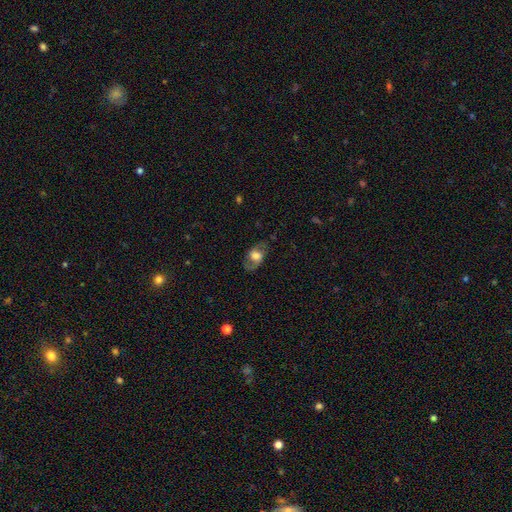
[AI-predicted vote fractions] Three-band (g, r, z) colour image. It shows a featured or disk galaxy (51%). Merging: none (70%).